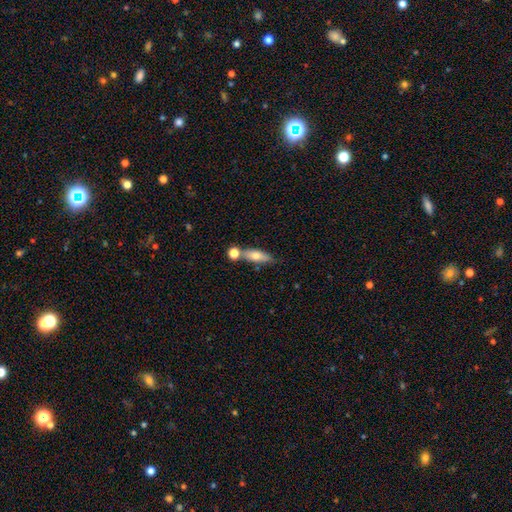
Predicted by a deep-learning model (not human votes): A smooth galaxy with no disk features (65%) that is in between round and cigar-shaped (54%).

Vote fractions:
- Smooth or featured? smooth: 65% / featured or disk: 27% / star or artifact: 7%
- How rounded? in between: 54% / cigar-shaped: 41% / round: 5%
- Merging? none: 58% / merger: 24% / minor disturbance: 14% / major disturbance: 4%